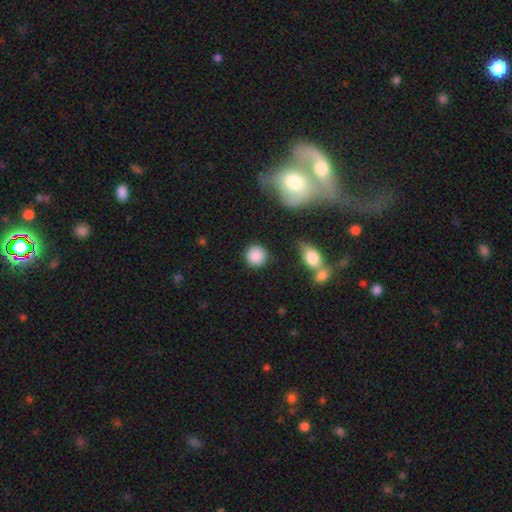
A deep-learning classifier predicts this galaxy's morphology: Smooth or featured? smooth (86%)
How rounded? round (92%)
Merging? none (84%)